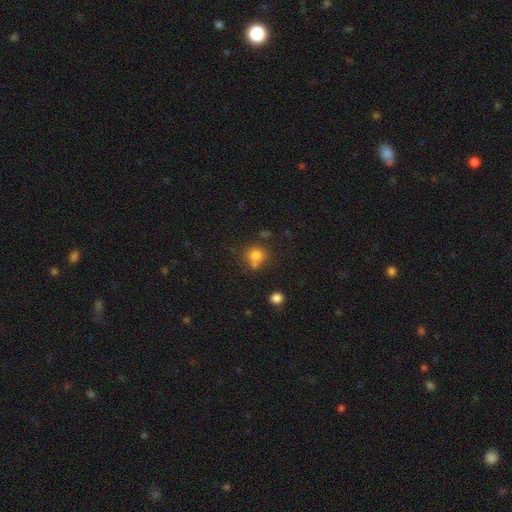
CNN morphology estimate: Smooth or featured: smooth — 77% (star or artifact — 14%)
How rounded: round — 85% (in between — 14%)
Merging: none — 59% (merger — 24%)